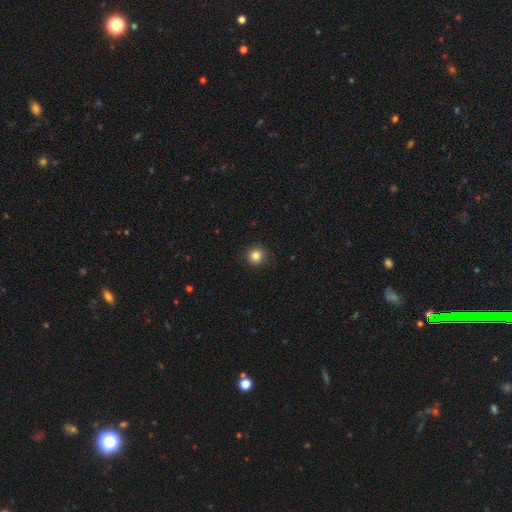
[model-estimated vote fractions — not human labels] This is clearly a smooth galaxy (84%). How rounded: clearly round (95%). Merging: clearly none (92%).